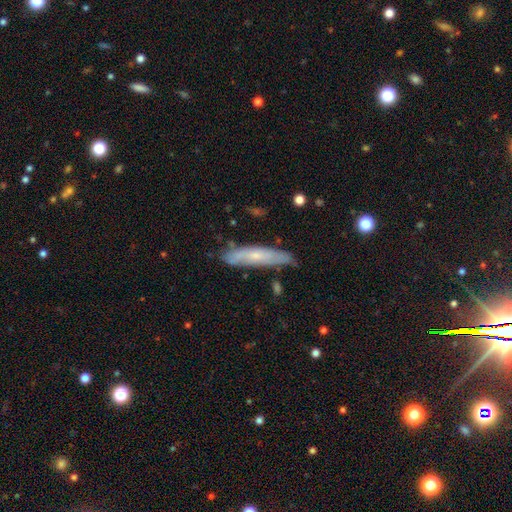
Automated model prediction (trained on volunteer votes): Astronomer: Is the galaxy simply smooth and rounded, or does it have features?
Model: smooth — 47% (runner-up: featured or disk, 46%).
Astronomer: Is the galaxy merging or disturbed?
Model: none — 74%.